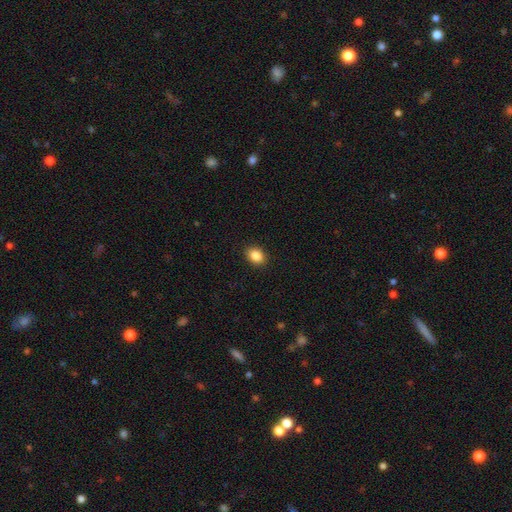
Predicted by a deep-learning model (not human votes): A smooth galaxy with no disk features (87%) that is in between round and cigar-shaped (70%).

Vote fractions:
- Smooth or featured? smooth: 87% / star or artifact: 9% / featured or disk: 4%
- How rounded? in between: 70% / round: 29% / cigar-shaped: 1%
- Merging? none: 90% / minor disturbance: 7% / major disturbance: 2% / merger: 1%